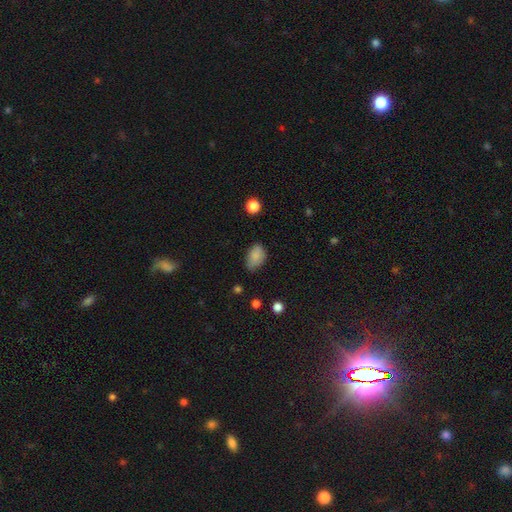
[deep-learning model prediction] smooth-or-featured: smooth: 84% | star or artifact: 9% | featured or disk: 8%
  how-rounded: in between: 87% | round: 11% | cigar-shaped: 1%
  merging: none: 66% | minor disturbance: 27% | major disturbance: 5% | merger: 2%